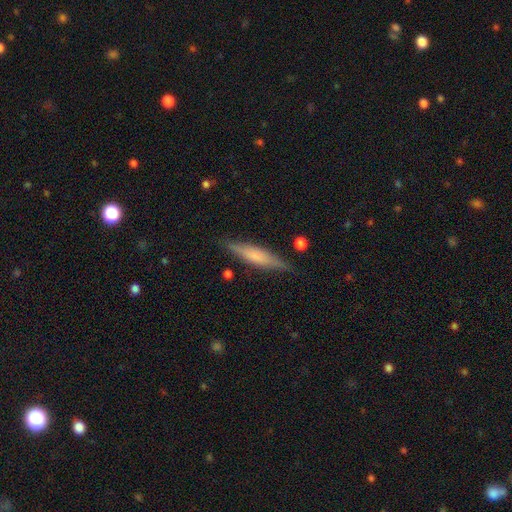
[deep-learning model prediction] Smooth or featured? Predicted: smooth (p=0.48). Merging? Predicted: none (p=0.84).